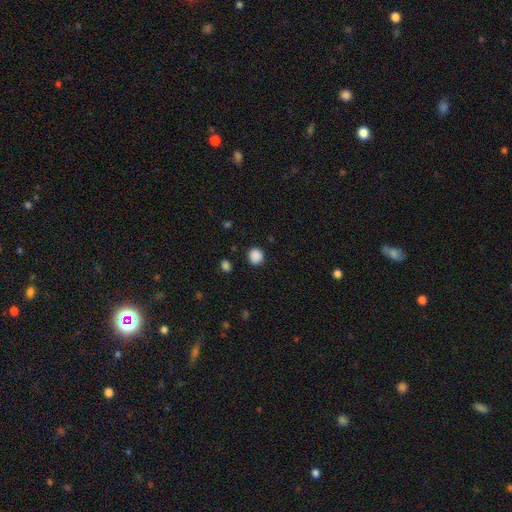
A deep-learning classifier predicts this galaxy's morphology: Overall: smooth (88%). How rounded: round (84%). Merging: none (88%).